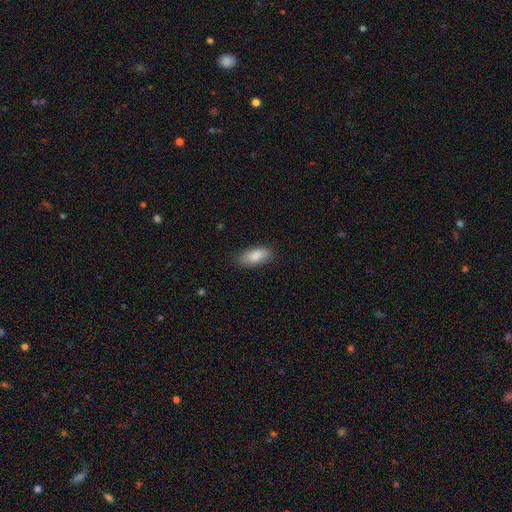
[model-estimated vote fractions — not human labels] Smooth or featured: smooth — 85% (featured or disk — 8%)
How rounded: in between — 84% (cigar-shaped — 14%)
Merging: none — 84% (minor disturbance — 12%)